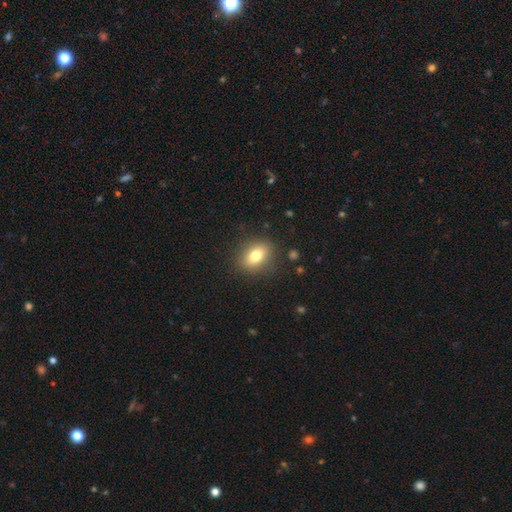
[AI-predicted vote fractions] smooth-or-featured: smooth: 78% | featured or disk: 12% | star or artifact: 10%
  how-rounded: in between: 73% | round: 25% | cigar-shaped: 2%
  merging: none: 86% | minor disturbance: 10% | major disturbance: 3% | merger: 1%